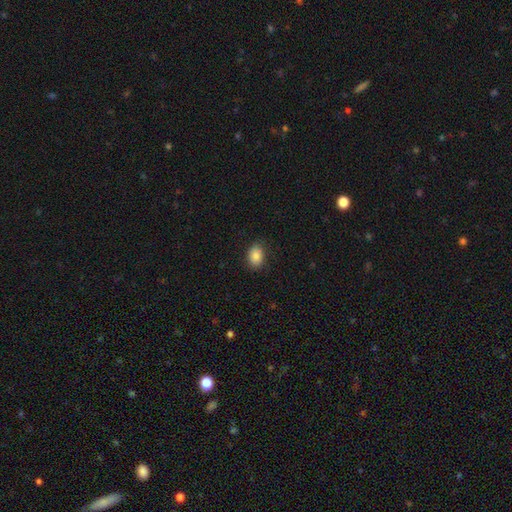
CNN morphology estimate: A smooth galaxy with no disk features (86%) that is in between round and cigar-shaped (80%). Merging: none (82%).